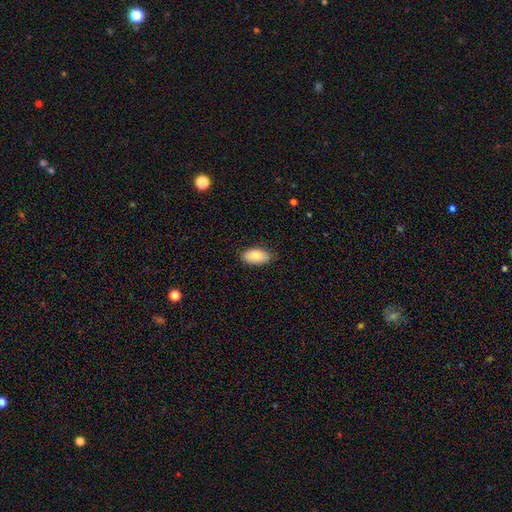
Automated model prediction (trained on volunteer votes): Smooth or featured? Predicted: smooth (p=0.84). How rounded? Predicted: in between (p=0.95). Merging? Predicted: none (p=0.84).